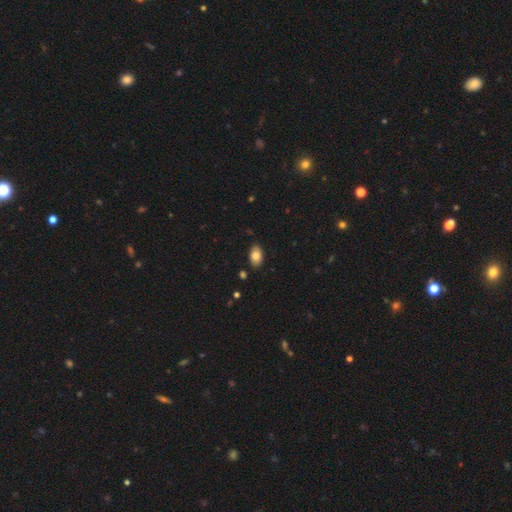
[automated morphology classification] This is clearly a smooth galaxy (84%). How rounded: clearly in between (92%). Merging: clearly none (87%).